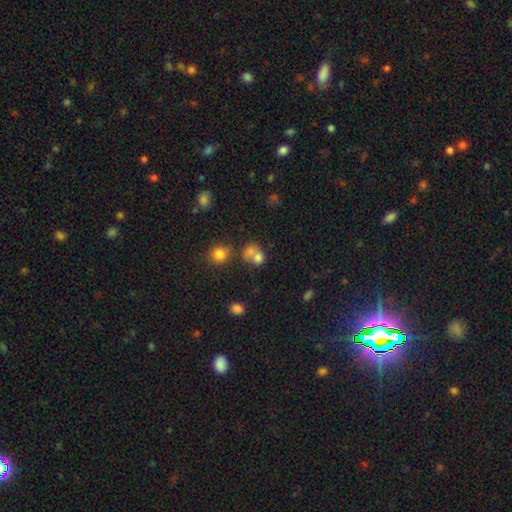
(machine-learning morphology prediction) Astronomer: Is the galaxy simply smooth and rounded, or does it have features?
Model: smooth — 72%.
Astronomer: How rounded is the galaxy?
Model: round — 69%.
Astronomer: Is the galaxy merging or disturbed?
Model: merger — 55% (runner-up: none, 31%).